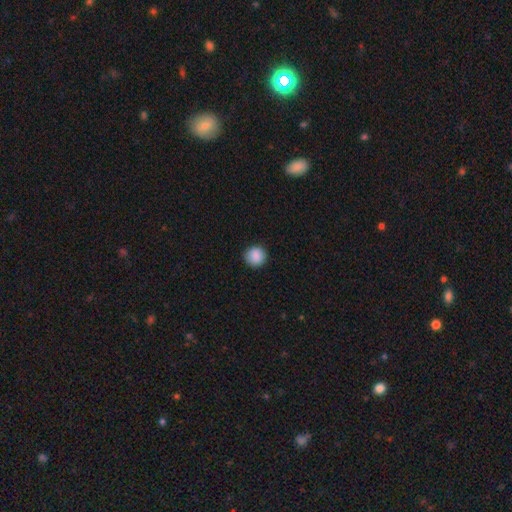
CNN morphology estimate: smooth 88%, star or artifact 8%, featured or disk 4%. Down the decision tree: how rounded — round (93%); merging — none (89%).